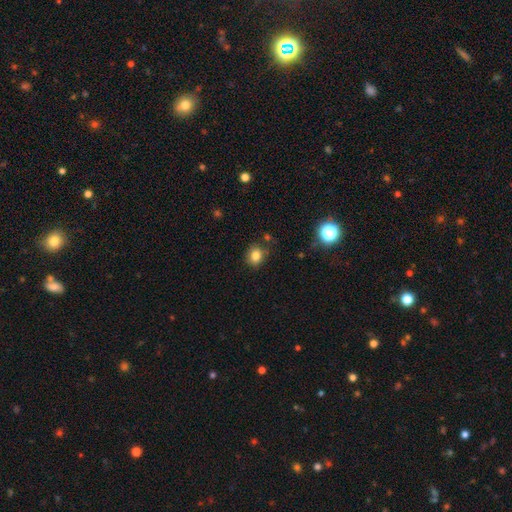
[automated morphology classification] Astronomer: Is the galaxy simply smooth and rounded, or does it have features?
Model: smooth — 81%.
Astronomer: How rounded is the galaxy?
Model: round — 63%.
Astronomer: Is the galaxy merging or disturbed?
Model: none — 78%.